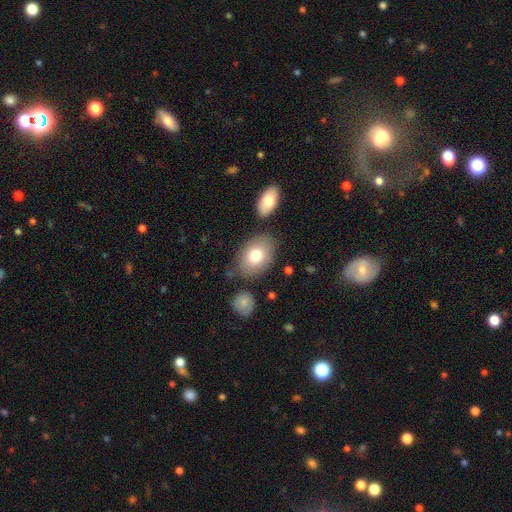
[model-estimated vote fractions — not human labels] The model was most divided on "merging": none: 73%, minor disturbance: 15%, merger: 7%, major disturbance: 4%. More confident: how rounded — in between (84%); smooth or featured — smooth (79%).